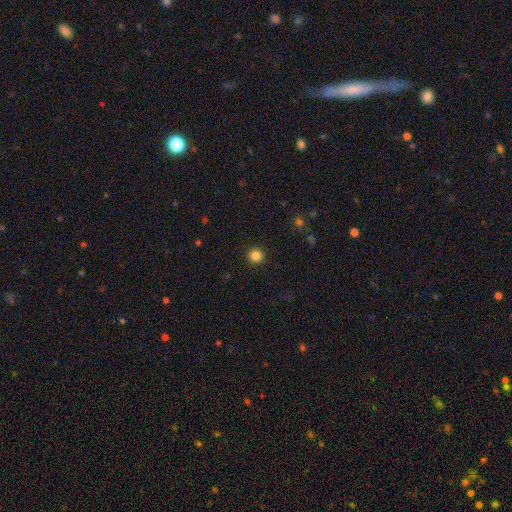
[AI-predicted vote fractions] smooth 84%, star or artifact 12%, featured or disk 4%. Down the decision tree: how rounded — round (94%); merging — none (93%).